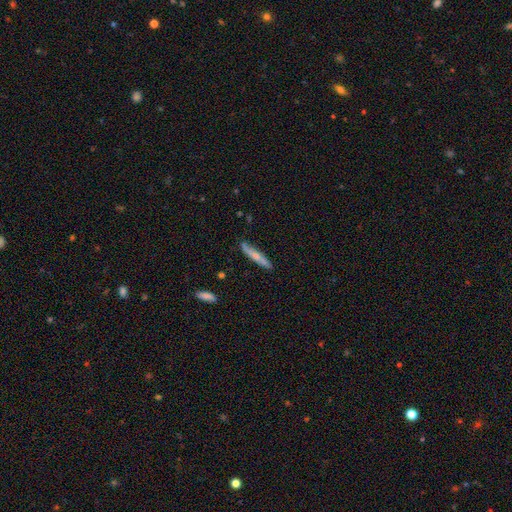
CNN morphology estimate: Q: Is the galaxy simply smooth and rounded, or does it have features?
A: smooth — 53%.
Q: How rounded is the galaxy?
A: cigar-shaped — 91%.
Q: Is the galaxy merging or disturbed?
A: none — 82%.